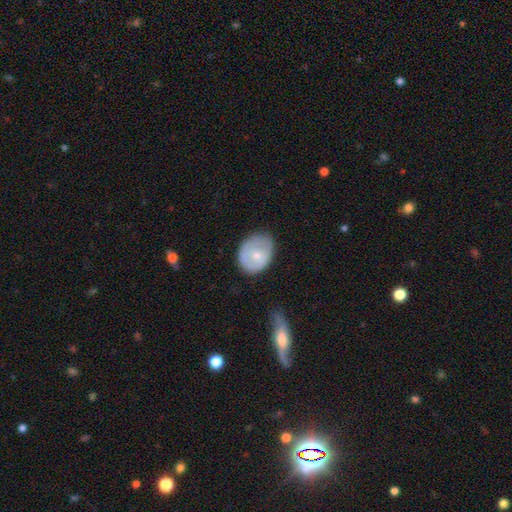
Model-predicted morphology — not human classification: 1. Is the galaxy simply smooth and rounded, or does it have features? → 63% smooth, 31% featured or disk, 7% star or artifact.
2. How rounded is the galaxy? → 54% in between, 46% round, 1% cigar-shaped.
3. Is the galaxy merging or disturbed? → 62% none, 28% minor disturbance, 8% major disturbance, 2% merger.